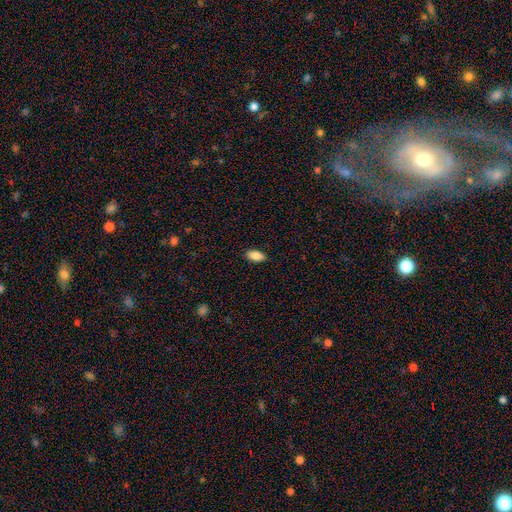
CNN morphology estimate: type=smooth (88%); roundness=in between (90%); merging=none (89%).